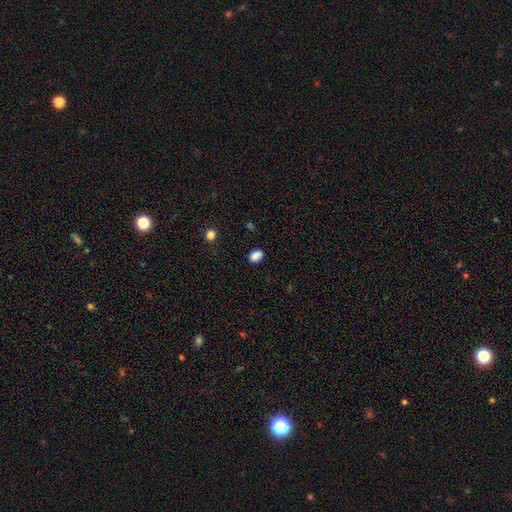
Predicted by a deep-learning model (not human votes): Smooth or featured? smooth (86%)
How rounded? in between (79%)
Merging? none (82%)